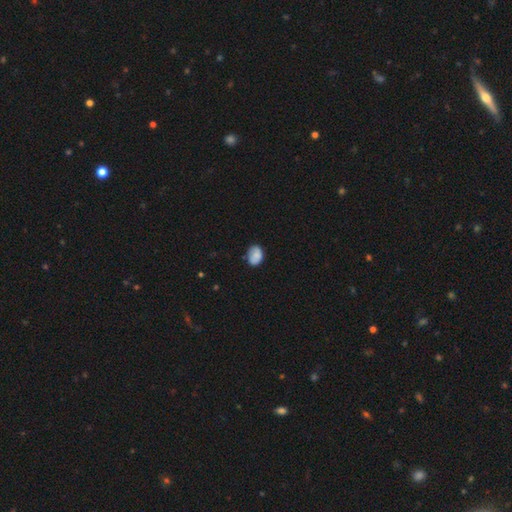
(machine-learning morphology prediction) Smooth or featured: smooth — 83% (featured or disk — 9%)
How rounded: in between — 73% (round — 26%)
Merging: none — 71% (minor disturbance — 23%)